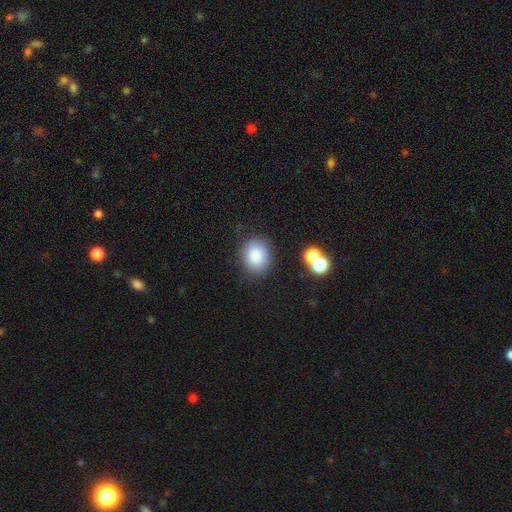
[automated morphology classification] Q: Smooth or featured?
A: smooth (83%); runner-up: star or artifact (9%)
Q: How rounded?
A: round (63%); runner-up: in between (36%)
Q: Merging?
A: none (83%); runner-up: minor disturbance (10%)